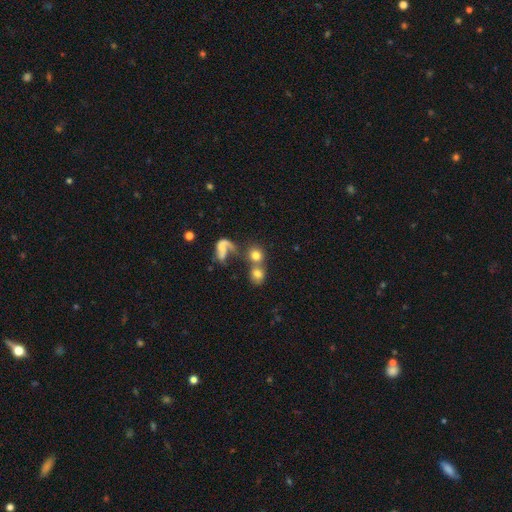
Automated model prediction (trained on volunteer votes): Smooth or featured? smooth (69%)
How rounded? round (80%)
Merging? merger (50%)